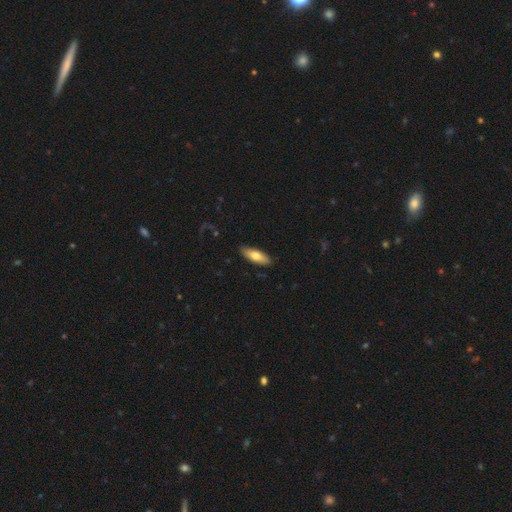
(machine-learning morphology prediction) type=smooth (71%); roundness=in between (62%); merging=none (88%).